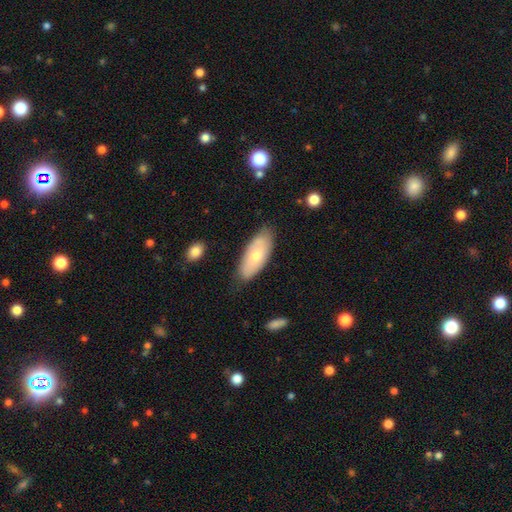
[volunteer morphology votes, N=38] This appears to be a smooth galaxy with no disk features (50%) that is in between round and cigar-shaped (74%). Merging: none (62%).